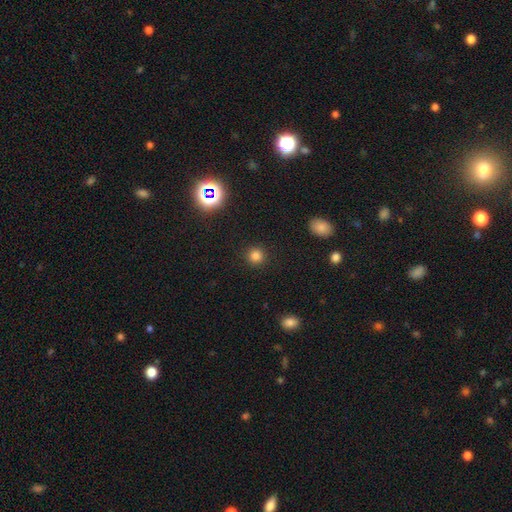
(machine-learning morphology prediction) Smooth or featured? Predicted: smooth (p=0.79). How rounded? Predicted: round (p=0.94). Merging? Predicted: none (p=0.91).